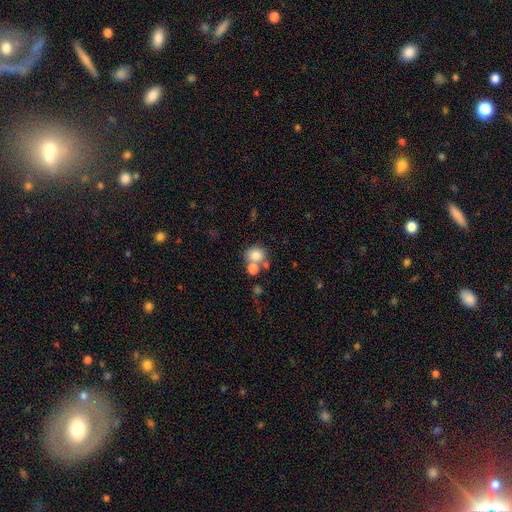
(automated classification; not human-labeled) Smooth or featured: smooth — 78% (star or artifact — 11%)
How rounded: round — 79% (in between — 20%)
Merging: none — 54% (merger — 33%)